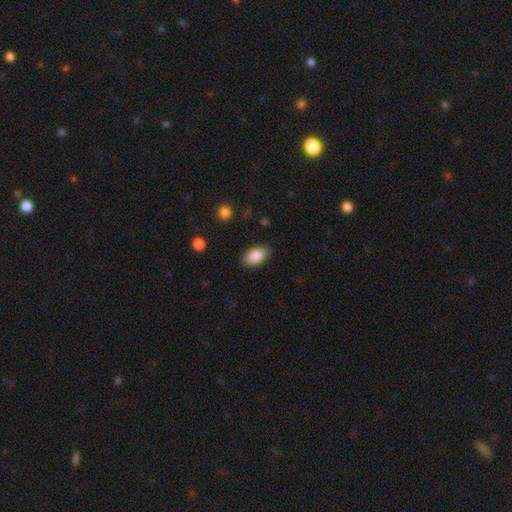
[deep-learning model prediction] A smooth galaxy with no disk features (86%) that is in between round and cigar-shaped (92%). Merging: none (86%).